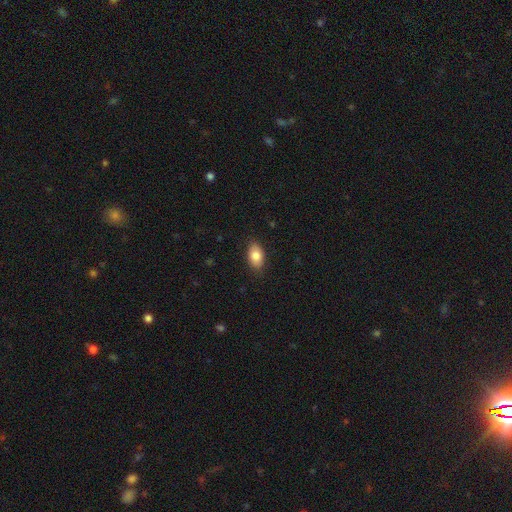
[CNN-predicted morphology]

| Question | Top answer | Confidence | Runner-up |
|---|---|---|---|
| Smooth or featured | smooth | 83% | featured or disk (9%) |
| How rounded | in between | 91% | round (7%) |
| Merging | none | 86% | minor disturbance (11%) |